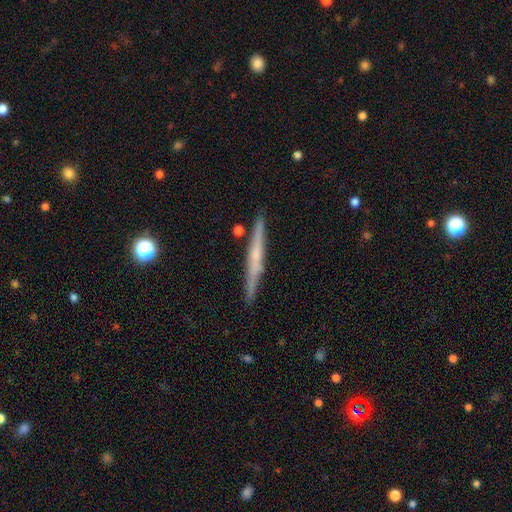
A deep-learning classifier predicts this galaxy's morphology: featured or disk 59%, smooth 35%, star or artifact 6%. Down the decision tree: edge-on disk — yes (97%); edge-on bulge — none (53%); merging — none (89%).